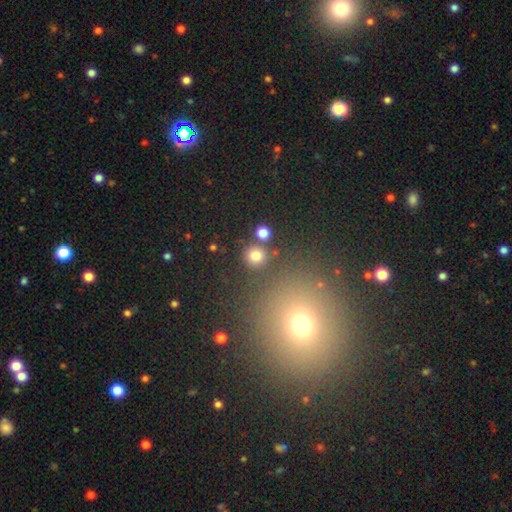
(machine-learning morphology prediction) A smooth galaxy with no disk features (79%) that is round (92%). Merging: none (83%).